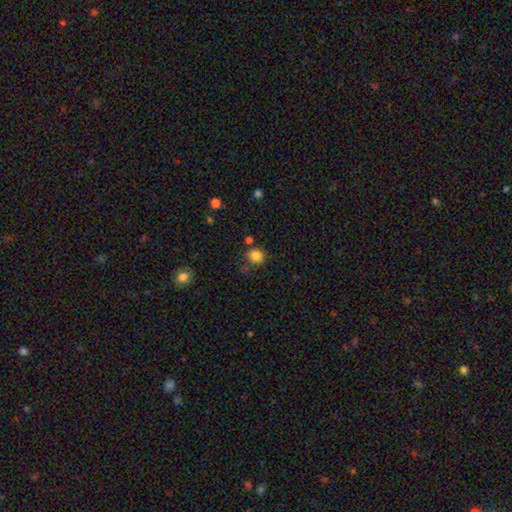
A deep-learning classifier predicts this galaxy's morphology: smooth_or_featured: smooth (p=0.84) [alt: star or artifact p=0.12]
how_rounded: round (p=0.87) [alt: in between p=0.12]
merging: none (p=0.79) [alt: minor disturbance p=0.11]